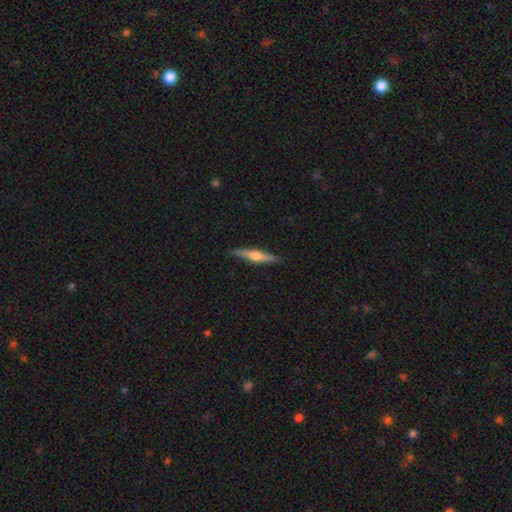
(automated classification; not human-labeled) smooth-or-featured: featured or disk: 65% | smooth: 29% | star or artifact: 6%
  disk-edge-on: yes: 97% | no: 3%
    edge-on-bulge: rounded: 90% | boxy: 6% | none: 4%
  merging: none: 89% | minor disturbance: 8% | major disturbance: 2% | merger: 1%